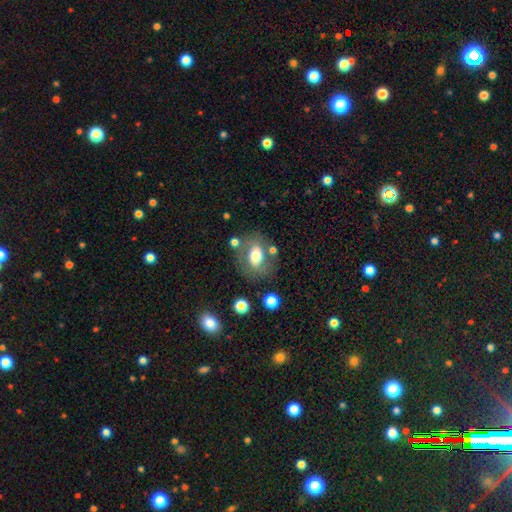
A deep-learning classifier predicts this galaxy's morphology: This appears to be a smooth galaxy with no disk features (53%) that is in between round and cigar-shaped (60%). Merging: none (64%).